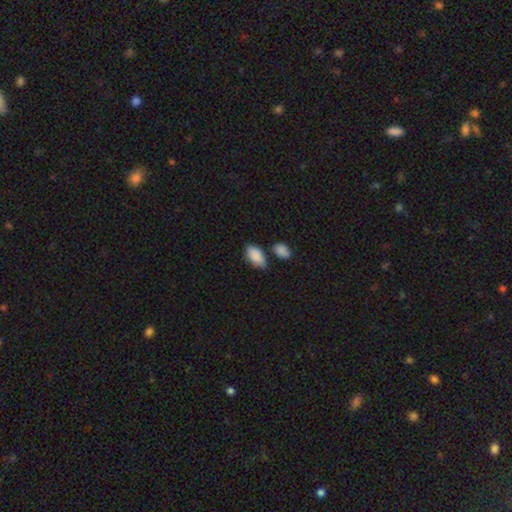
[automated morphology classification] type=smooth (88%); roundness=in between (94%); merging=none (60%).